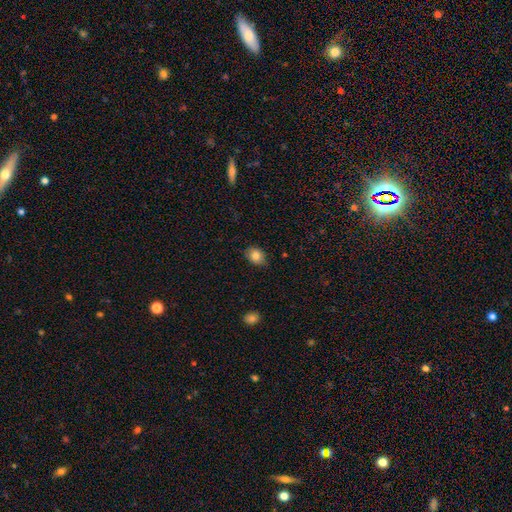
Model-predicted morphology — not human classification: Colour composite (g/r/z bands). It shows a smooth galaxy with no disk features (83%) that is in between round and cigar-shaped (59%). Merging: none (79%).